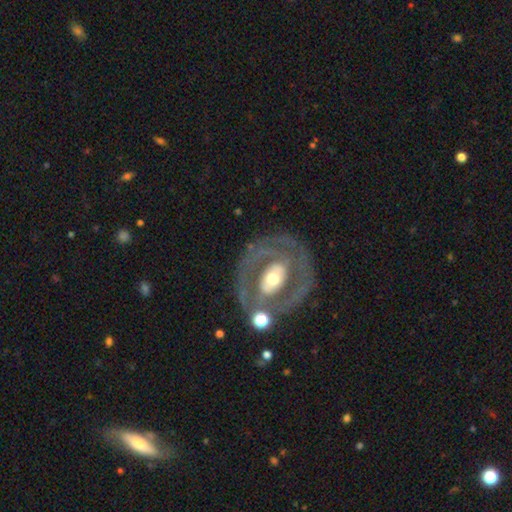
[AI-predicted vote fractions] This appears to be a featured or disk galaxy (78%) with no bar (37%), spiral arms (52%) and a moderate central bulge (58%). Merging: none (70%).